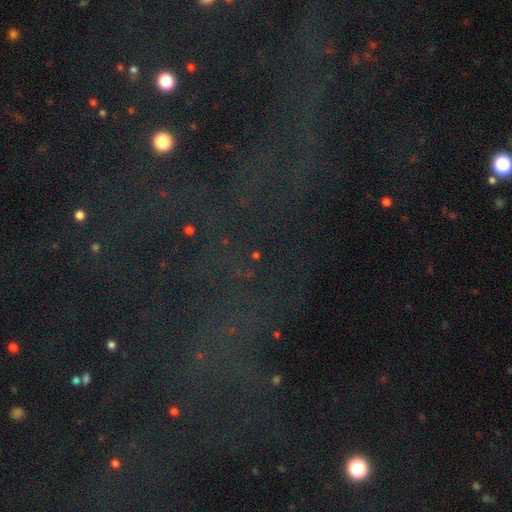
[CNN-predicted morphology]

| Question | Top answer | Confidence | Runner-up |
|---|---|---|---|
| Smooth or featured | star or artifact | 72% | smooth (17%) |